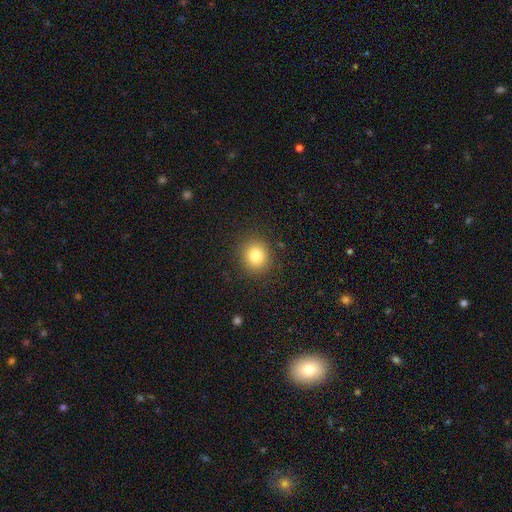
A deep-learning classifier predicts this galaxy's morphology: This is clearly a smooth galaxy (82%). How rounded: clearly round (83%). Merging: clearly none (88%).